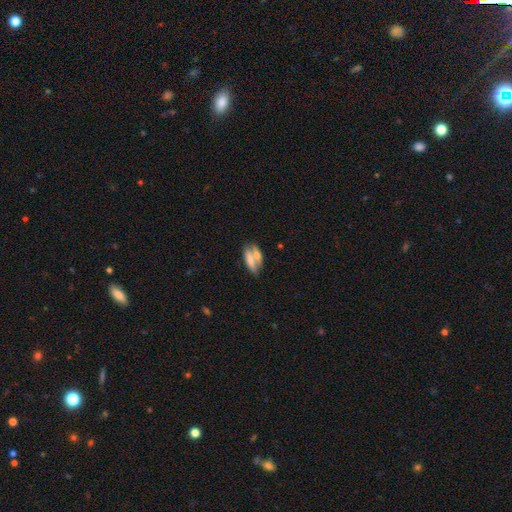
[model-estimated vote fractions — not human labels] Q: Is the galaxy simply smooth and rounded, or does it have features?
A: smooth — 65%.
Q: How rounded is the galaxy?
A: in between — 61%.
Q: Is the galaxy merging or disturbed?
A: merger — 45%.